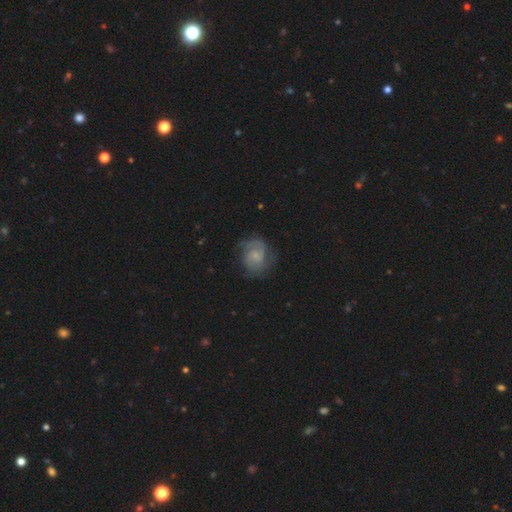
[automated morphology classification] Smooth or featured?
  - featured or disk: 74% *
  - smooth: 19%
  - star or artifact: 7%
Edge-on disk?
  - no: 98% *
  - yes: 2%
Bar?
  - no: 52% *
  - weak: 42%
  - strong: 6%
Spiral arms?
  - yes: 94% *
  - no: 6%
Spiral winding?
  - medium: 48% *
  - tight: 33%
  - loose: 18%
Spiral arm count?
  - 2: 75% *
  - can't tell: 12%
  - 1: 5%
  - 3: 5%
  - 4: 2%
  - more than 4: 2%
Bulge size?
  - small: 51% *
  - moderate: 23%
  - none: 23%
  - large: 3%
  - dominant: 1%
Merging?
  - none: 69% *
  - minor disturbance: 20%
  - major disturbance: 10%
  - merger: 1%